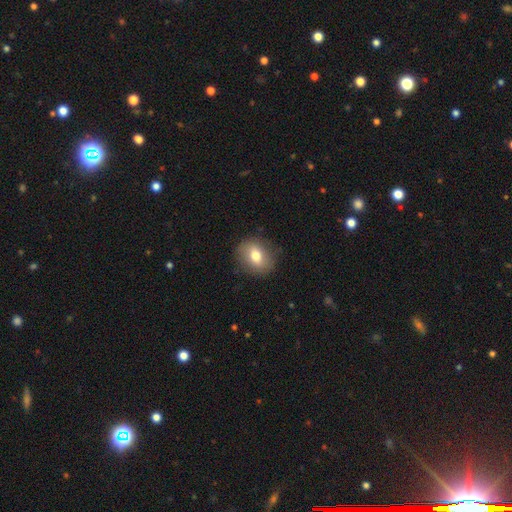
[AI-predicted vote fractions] Smooth or featured? smooth (73%)
How rounded? round (53%)
Merging? none (84%)